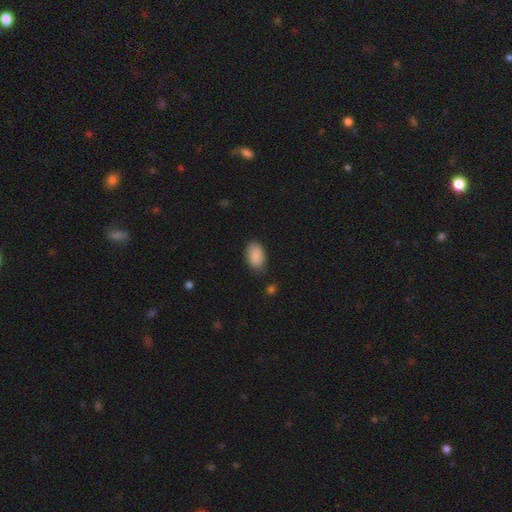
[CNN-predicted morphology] Overall: smooth (89%). How rounded: in between (92%). Merging: none (79%).